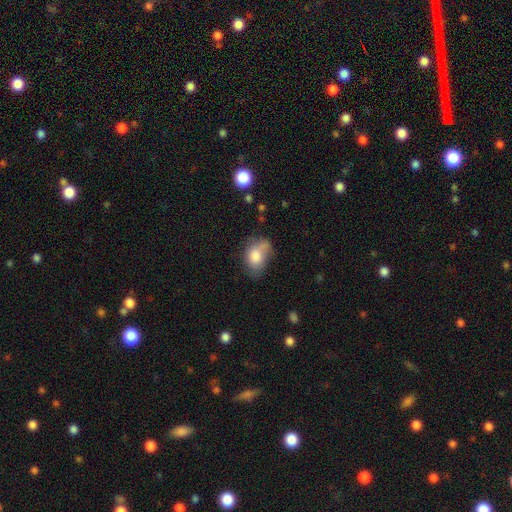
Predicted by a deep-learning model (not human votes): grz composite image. It shows a smooth galaxy with no disk features (76%) that is in between round and cigar-shaped (79%). Merging: none (39%).